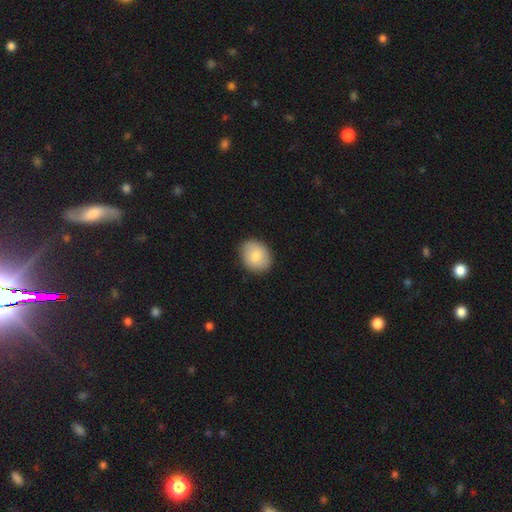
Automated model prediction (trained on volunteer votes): Morphology: type=smooth (80%); roundness=round (53%); merging=none (87%).